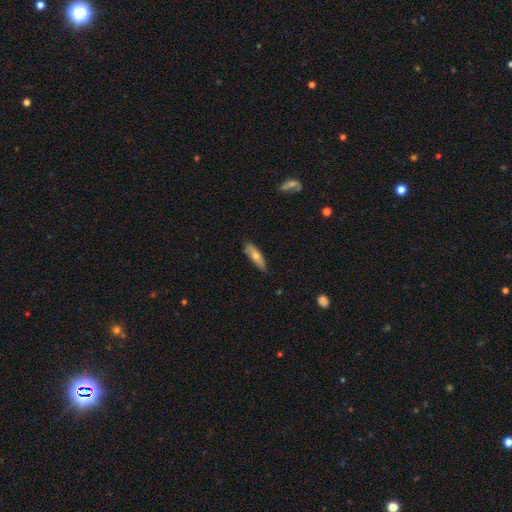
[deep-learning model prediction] Overall: smooth (62%; featured or disk 32%). How rounded: cigar-shaped (64%; in between 34%). Merging: none (77%).